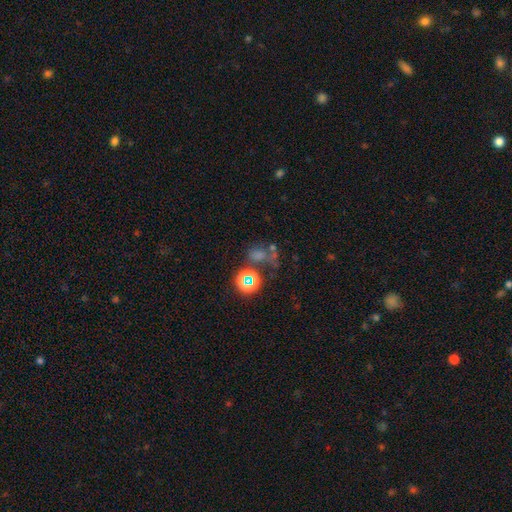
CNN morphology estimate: A star or artifact, not a galaxy (48%).